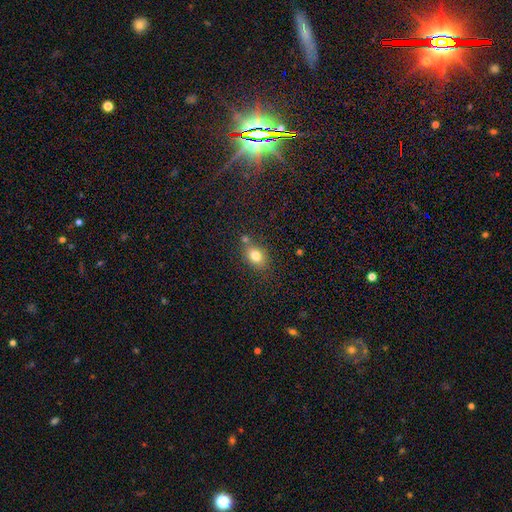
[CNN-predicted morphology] A smooth galaxy with no disk features (79%) that is in between round and cigar-shaped (67%). Merging: none (67%).